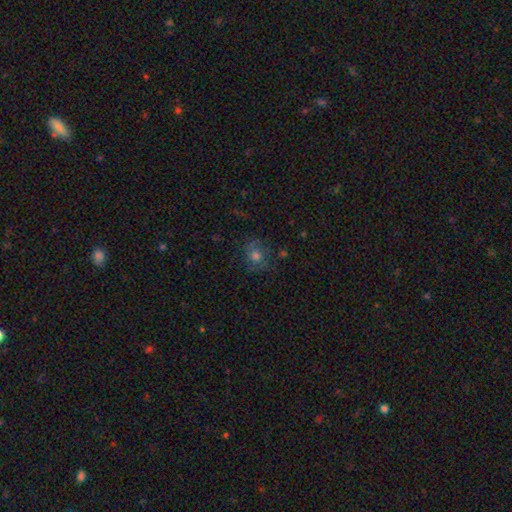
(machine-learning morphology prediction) This appears to be a smooth galaxy with no disk features (52%) that is round (76%). Merging: none (68%).